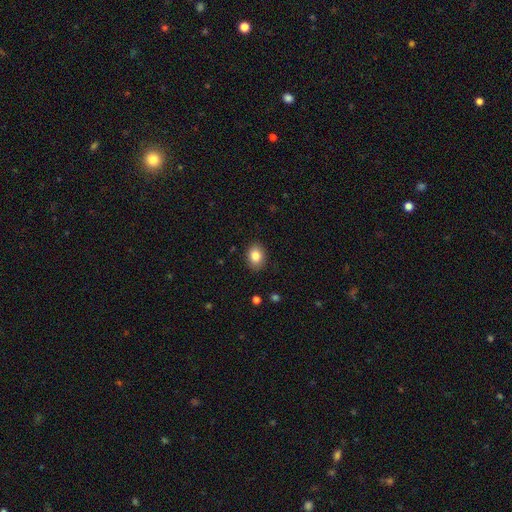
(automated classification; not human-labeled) The model was most divided on "how rounded": in between: 59%, round: 40%, cigar-shaped: 1%. More confident: merging — none (88%); smooth or featured — smooth (84%).